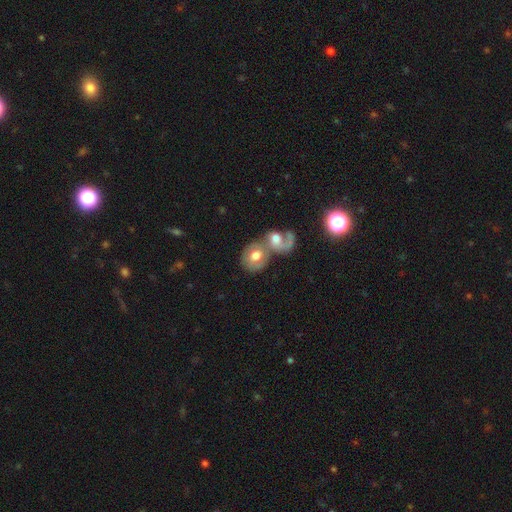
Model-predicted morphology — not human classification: Overall: smooth (52%; featured or disk 40%). How rounded: round (60%; in between 39%). Merging: merger (63%; none 23%).